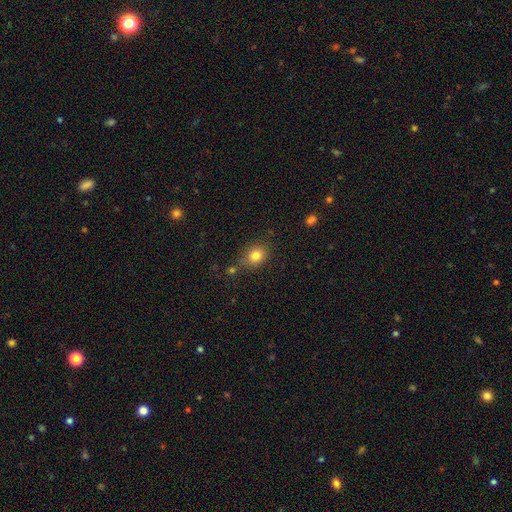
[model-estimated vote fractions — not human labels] Smooth or featured?
  - smooth: 81% *
  - star or artifact: 11%
  - featured or disk: 7%
How rounded?
  - round: 58% *
  - in between: 41%
  - cigar-shaped: 1%
Merging?
  - none: 74% *
  - minor disturbance: 15%
  - merger: 7%
  - major disturbance: 4%